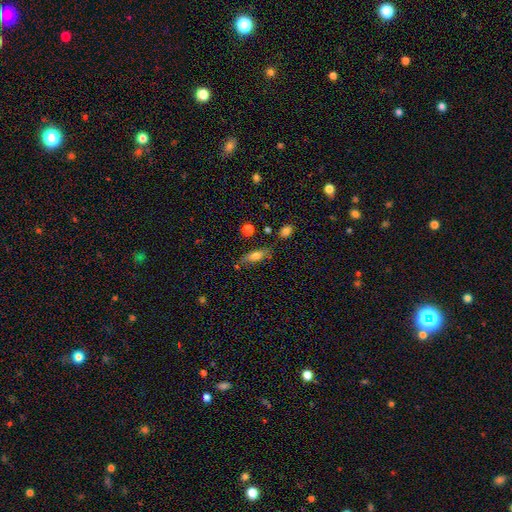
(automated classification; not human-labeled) Morphology: type=smooth (67%); roundness=in between (67%); merging=none (67%).